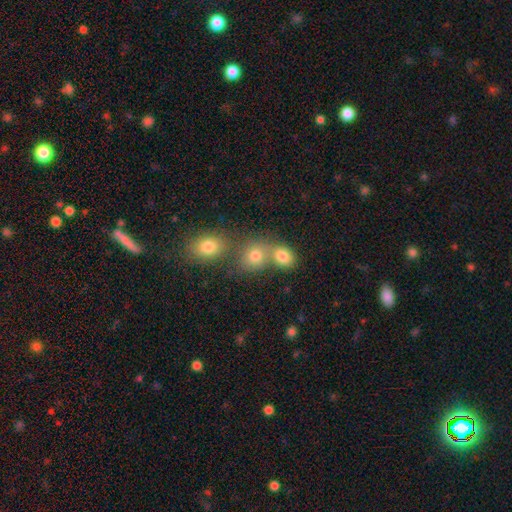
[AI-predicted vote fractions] Smooth or featured: smooth — 75% (star or artifact — 15%)
How rounded: round — 70% (in between — 28%)
Merging: none — 45% (merger — 44%)